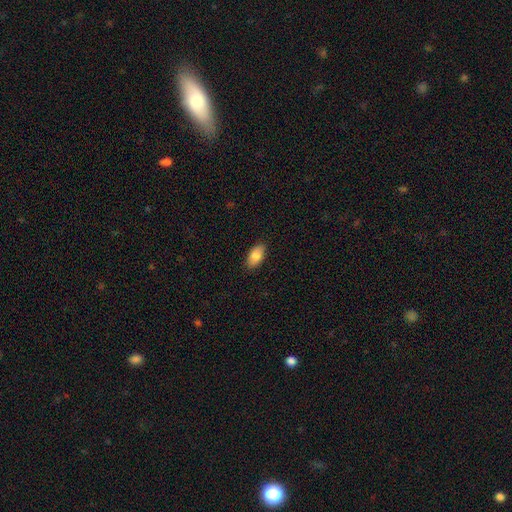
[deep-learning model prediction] smooth-or-featured: smooth: 86% | featured or disk: 8% | star or artifact: 7%
  how-rounded: in between: 93% | round: 4% | cigar-shaped: 3%
  merging: none: 87% | minor disturbance: 10% | major disturbance: 2% | merger: 1%